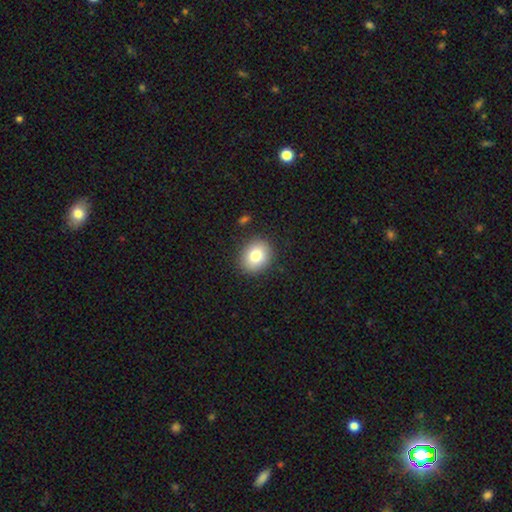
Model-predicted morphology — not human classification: Smooth or featured: smooth — 80% (featured or disk — 10%)
How rounded: round — 63% (in between — 37%)
Merging: none — 88% (minor disturbance — 8%)